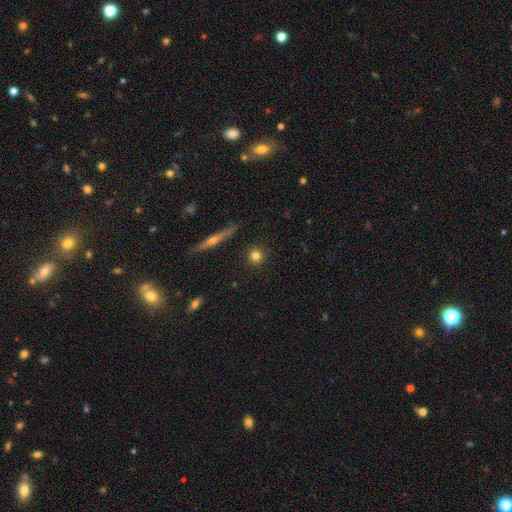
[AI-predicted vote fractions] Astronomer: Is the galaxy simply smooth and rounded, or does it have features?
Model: smooth — 77%.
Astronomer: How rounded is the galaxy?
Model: round — 92%.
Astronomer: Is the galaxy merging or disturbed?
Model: none — 89%.